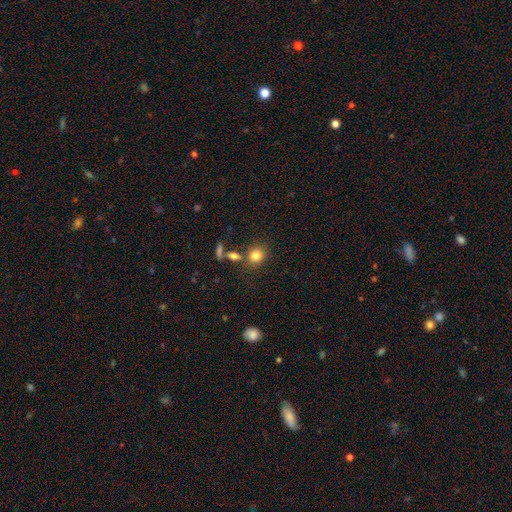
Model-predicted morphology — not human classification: Overall: smooth (81%). How rounded: round (68%; in between 31%). Merging: none (70%).